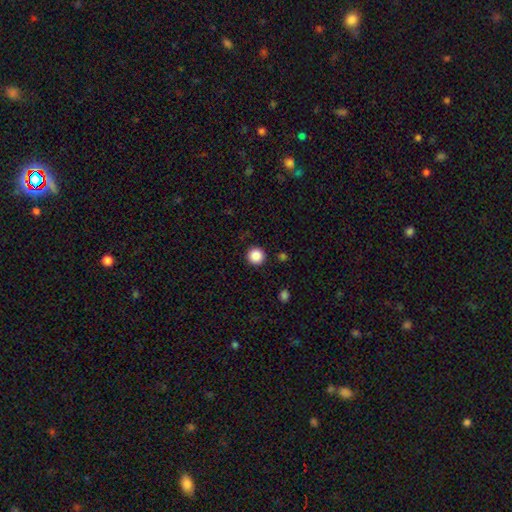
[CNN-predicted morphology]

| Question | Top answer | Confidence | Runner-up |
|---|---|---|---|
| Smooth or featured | smooth | 87% | star or artifact (10%) |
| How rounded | round | 96% | in between (3%) |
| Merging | none | 91% | minor disturbance (5%) |